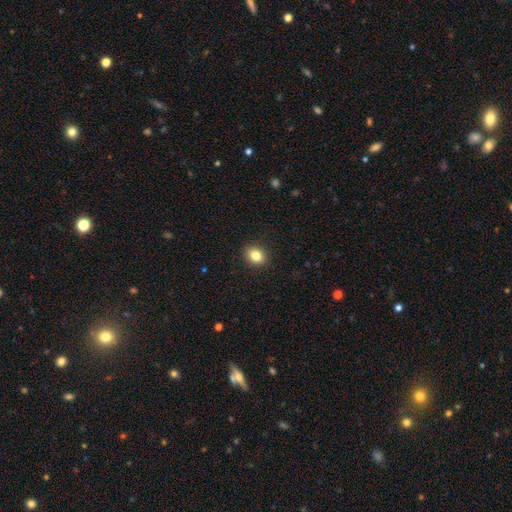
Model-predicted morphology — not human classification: Smooth or featured?
  - smooth: 83% *
  - star or artifact: 10%
  - featured or disk: 7%
How rounded?
  - round: 54% *
  - in between: 45%
  - cigar-shaped: 1%
Merging?
  - none: 91% *
  - minor disturbance: 6%
  - major disturbance: 2%
  - merger: 1%